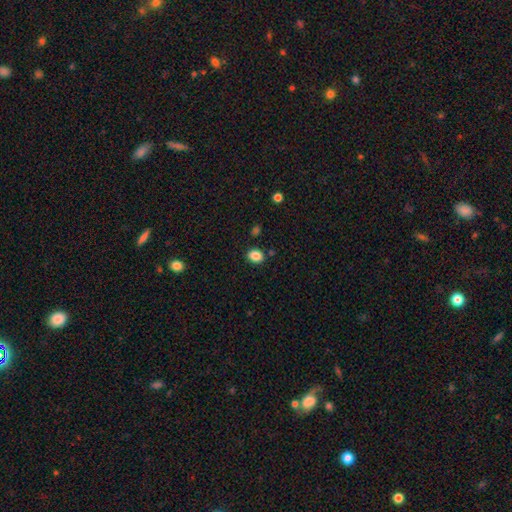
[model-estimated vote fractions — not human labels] Smooth or featured?
  - smooth: 86% *
  - star or artifact: 10%
  - featured or disk: 4%
How rounded?
  - in between: 51% *
  - round: 48%
  - cigar-shaped: 1%
Merging?
  - none: 85% *
  - minor disturbance: 9%
  - merger: 3%
  - major disturbance: 2%